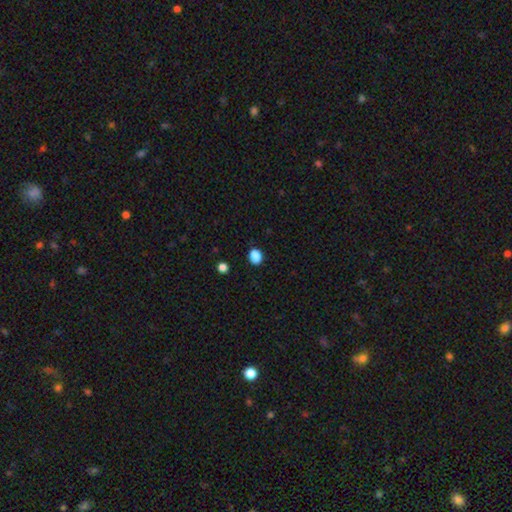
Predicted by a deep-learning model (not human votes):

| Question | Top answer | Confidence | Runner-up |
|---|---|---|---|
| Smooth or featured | smooth | 87% | star or artifact (10%) |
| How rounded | in between | 53% | round (46%) |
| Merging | none | 87% | minor disturbance (10%) |